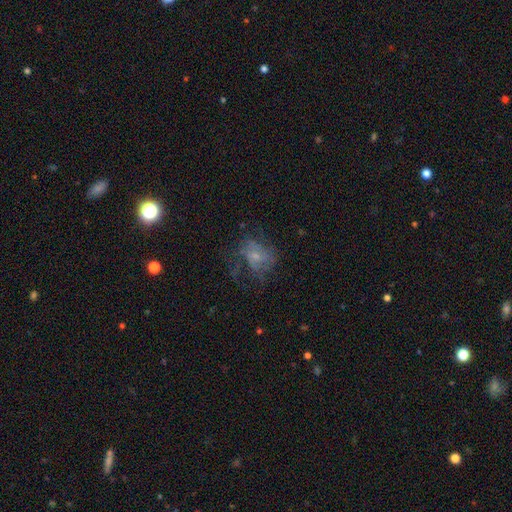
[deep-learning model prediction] Smooth or featured? Predicted: featured or disk (p=0.56). Edge-on disk? Predicted: no (p=0.97). Bar? Predicted: no (p=0.71). Spiral arms? Predicted: yes (p=0.59). Bulge size? Predicted: small (p=0.59). Merging? Predicted: none (p=0.45).